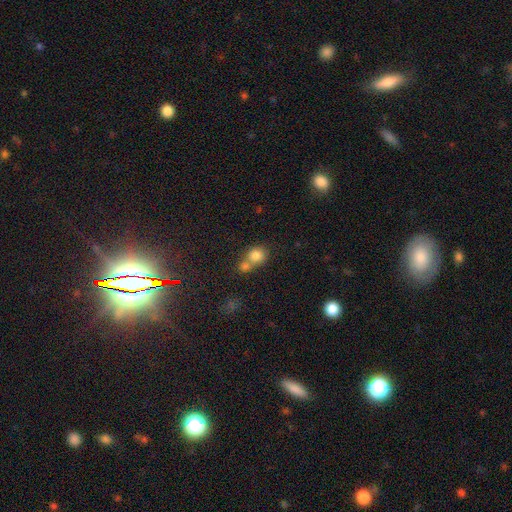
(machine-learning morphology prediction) smooth 81%, star or artifact 11%, featured or disk 8%. Down the decision tree: how rounded — round (80%); merging — merger (51%).